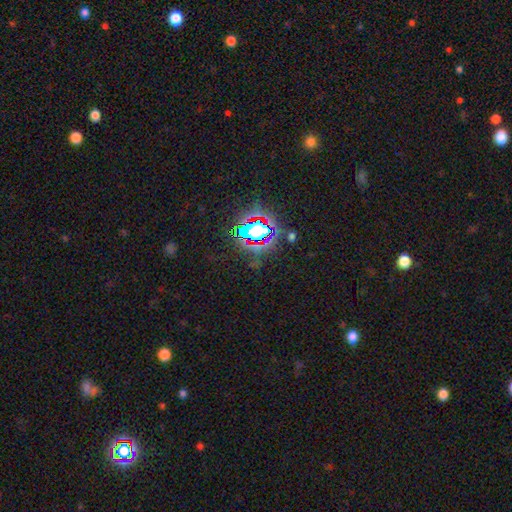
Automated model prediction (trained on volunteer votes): smooth_or_featured: star or artifact (p=0.81) [alt: smooth p=0.12]